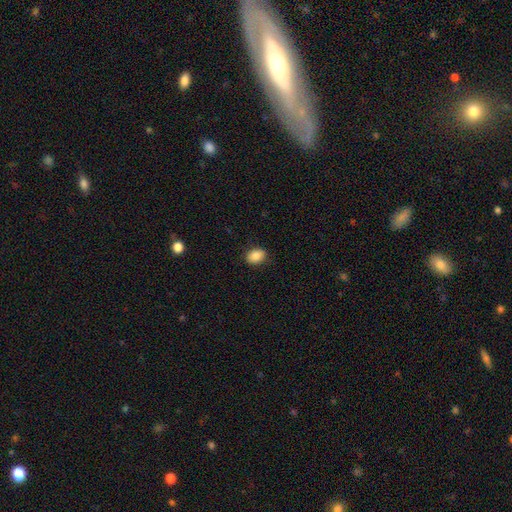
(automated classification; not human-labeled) Smooth or featured?
  - smooth: 87% *
  - star or artifact: 8%
  - featured or disk: 5%
How rounded?
  - in between: 72% *
  - round: 27%
  - cigar-shaped: 1%
Merging?
  - none: 88% *
  - minor disturbance: 9%
  - major disturbance: 2%
  - merger: 1%